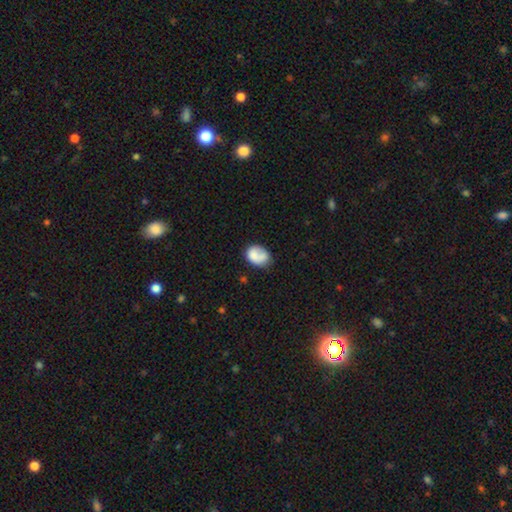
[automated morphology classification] Smooth or featured? smooth (73%)
How rounded? in between (65%)
Merging? none (43%)